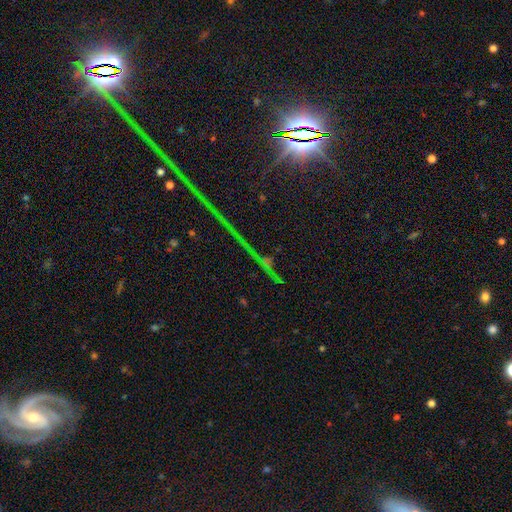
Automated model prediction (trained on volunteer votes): smooth_or_featured: star or artifact (p=0.71) [alt: featured or disk p=0.18]